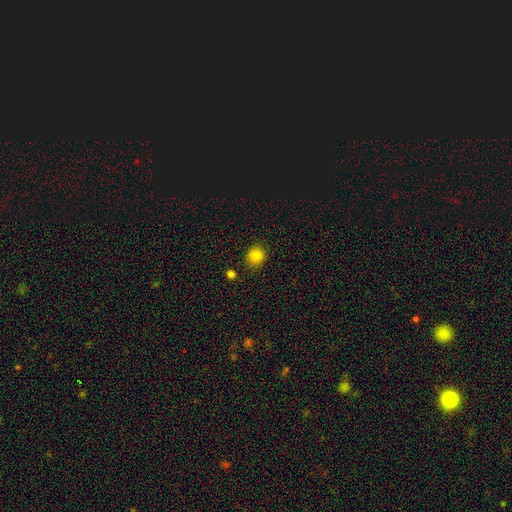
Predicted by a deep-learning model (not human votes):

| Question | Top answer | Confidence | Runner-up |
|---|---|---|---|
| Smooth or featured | smooth | 84% | star or artifact (13%) |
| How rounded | round | 89% | in between (11%) |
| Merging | none | 87% | minor disturbance (8%) |